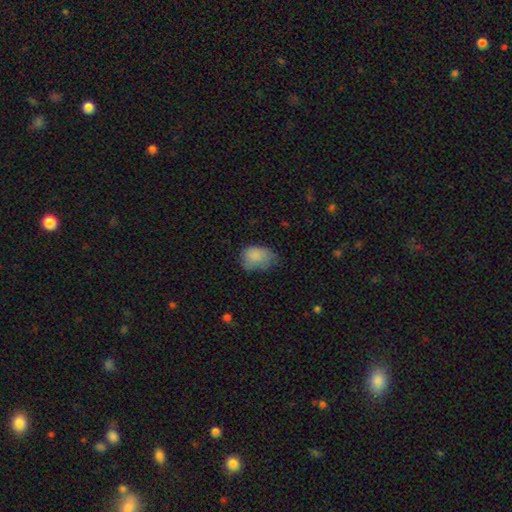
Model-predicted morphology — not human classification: A smooth galaxy with no disk features (81%) that is in between round and cigar-shaped (79%). Merging: minor disturbance (41%).